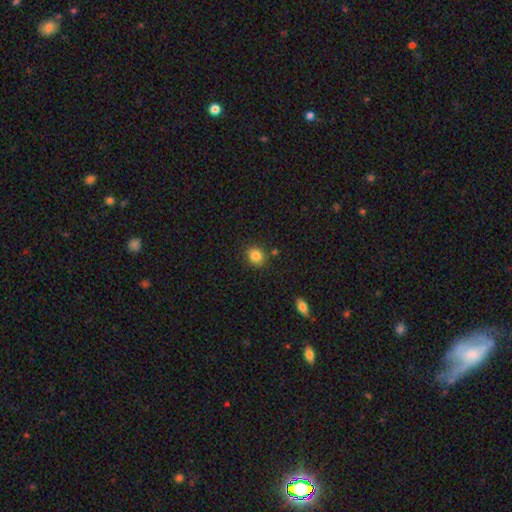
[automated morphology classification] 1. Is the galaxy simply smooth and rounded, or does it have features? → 84% smooth, 10% star or artifact, 5% featured or disk.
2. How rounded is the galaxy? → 74% round, 25% in between, 1% cigar-shaped.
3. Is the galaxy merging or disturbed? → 83% none, 10% minor disturbance, 4% merger, 3% major disturbance.